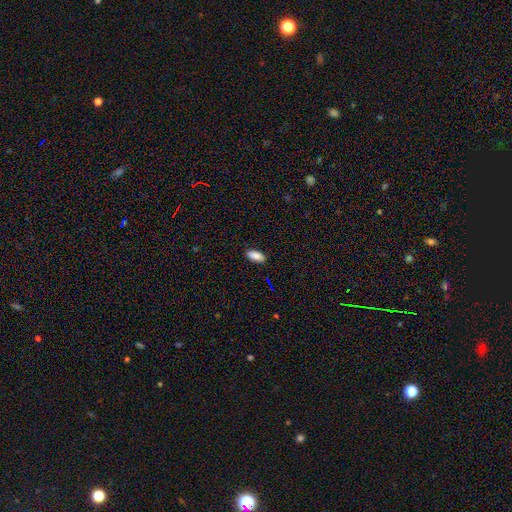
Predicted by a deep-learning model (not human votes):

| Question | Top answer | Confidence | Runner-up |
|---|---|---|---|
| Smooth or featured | smooth | 88% | star or artifact (7%) |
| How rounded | in between | 85% | cigar-shaped (13%) |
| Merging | none | 88% | minor disturbance (9%) |